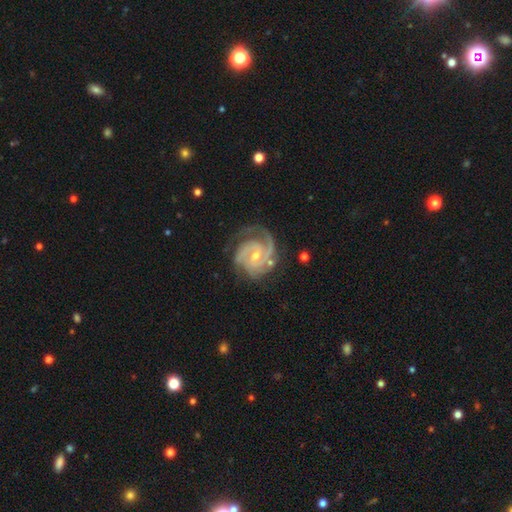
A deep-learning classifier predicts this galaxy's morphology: Smooth or featured? featured or disk (91%)
Edge-on disk? no (98%)
Bar? no (52%)
Spiral arms? yes (98%)
Spiral winding? tight (64%)
Spiral arm count? 2 (40%)
Bulge size? small (63%)
Merging? none (69%)